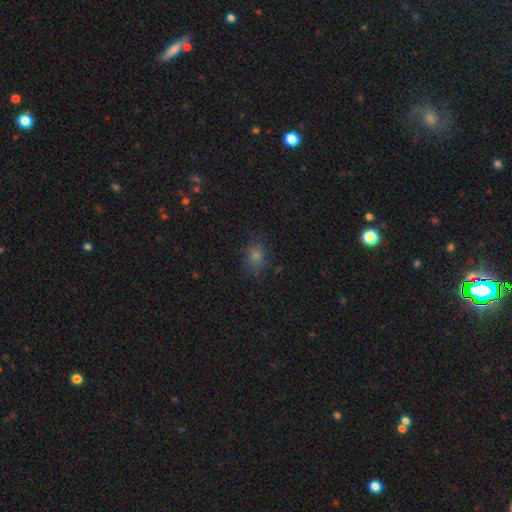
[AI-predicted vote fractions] Smooth or featured: smooth — 69% (star or artifact — 21%)
How rounded: in between — 62% (round — 36%)
Merging: none — 76% (minor disturbance — 17%)